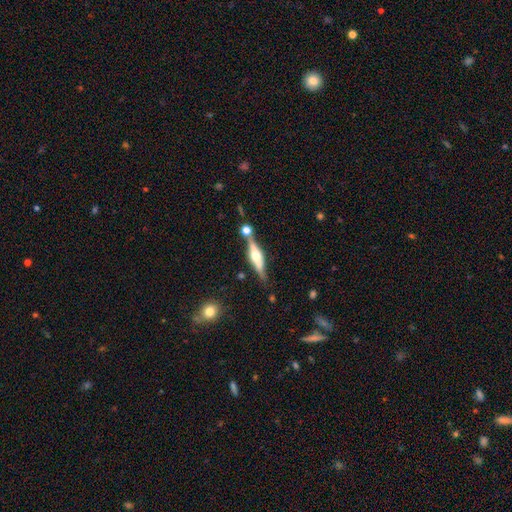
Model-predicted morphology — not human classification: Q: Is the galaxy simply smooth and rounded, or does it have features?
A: featured or disk — 73%.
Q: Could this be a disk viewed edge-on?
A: yes — 96%.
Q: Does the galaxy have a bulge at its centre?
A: rounded — 90%.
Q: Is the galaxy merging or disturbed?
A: none — 69%.